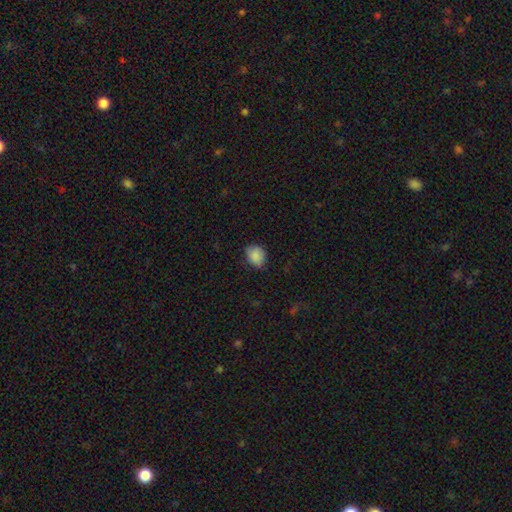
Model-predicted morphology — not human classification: A smooth galaxy with no disk features (87%) that is round (50%).

Vote fractions:
- Smooth or featured? smooth: 87% / star or artifact: 8% / featured or disk: 5%
- How rounded? round: 50% / in between: 49% / cigar-shaped: 1%
- Merging? none: 73% / minor disturbance: 22% / major disturbance: 4% / merger: 1%